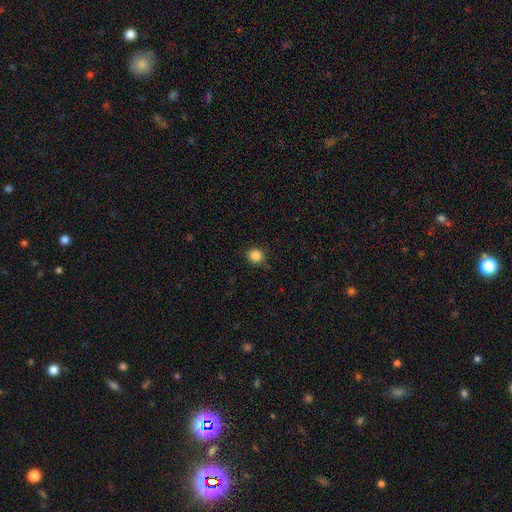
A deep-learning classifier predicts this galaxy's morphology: Smooth or featured: smooth — 85% (star or artifact — 11%)
How rounded: round — 91% (in between — 8%)
Merging: none — 85% (minor disturbance — 12%)